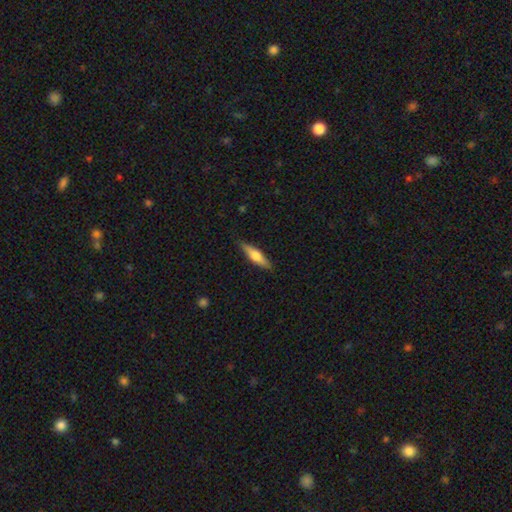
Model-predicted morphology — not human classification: Smooth or featured?
  - smooth: 47% * (tied)
  - featured or disk: 47% * (tied)
  - star or artifact: 6%
Merging?
  - none: 87% *
  - minor disturbance: 10%
  - major disturbance: 2%
  - merger: 1%